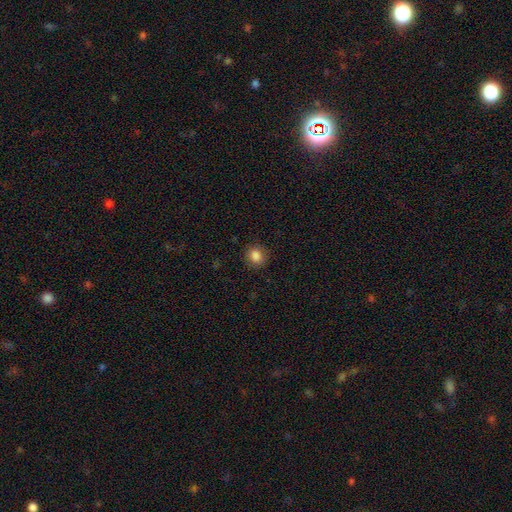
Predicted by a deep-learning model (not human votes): Morphology: type=smooth (85%); roundness=round (84%); merging=none (88%).